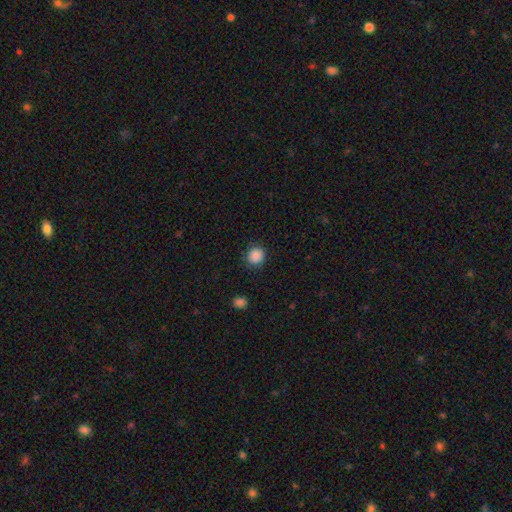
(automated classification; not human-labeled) This appears to be a smooth galaxy with no disk features (87%) that is round (87%). Merging: none (84%).